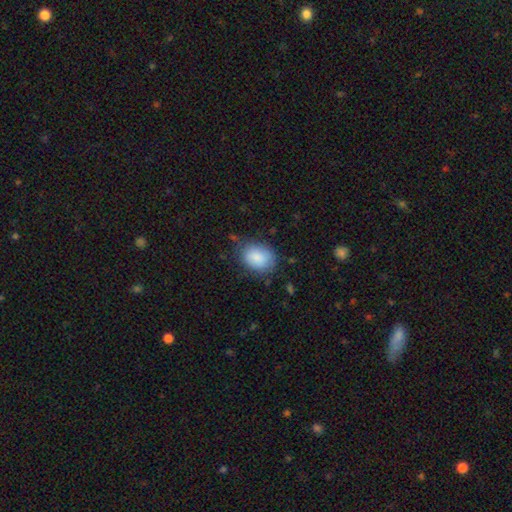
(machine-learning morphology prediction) smooth_or_featured: smooth (p=0.86) [alt: star or artifact p=0.07]
how_rounded: in between (p=0.68) [alt: round p=0.31]
merging: none (p=0.70) [alt: minor disturbance p=0.22]